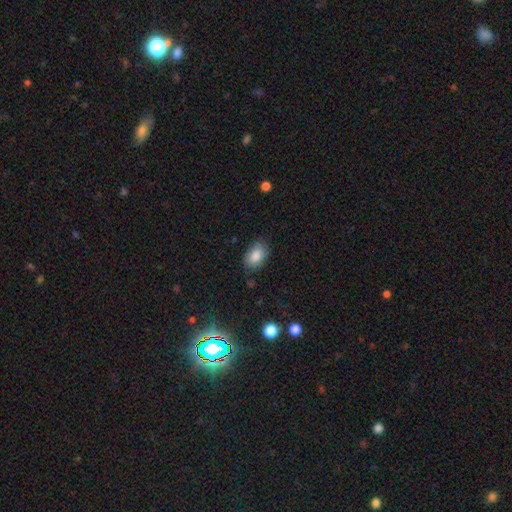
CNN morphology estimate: Overall: smooth (85%). How rounded: in between (89%). Merging: none (79%).